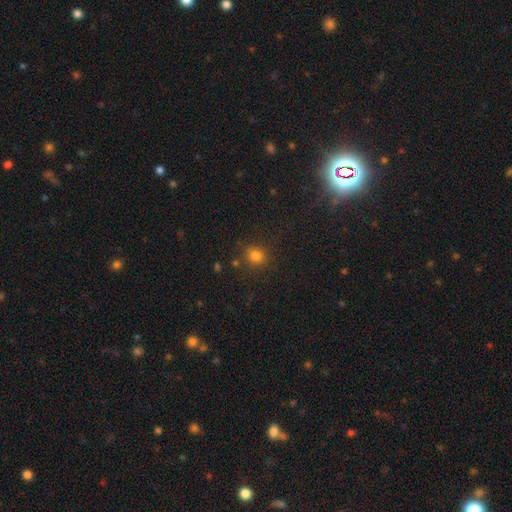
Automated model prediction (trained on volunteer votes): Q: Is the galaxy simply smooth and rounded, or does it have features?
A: smooth — 79%.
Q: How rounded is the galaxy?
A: round — 80%.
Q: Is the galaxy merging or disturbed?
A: none — 84%.